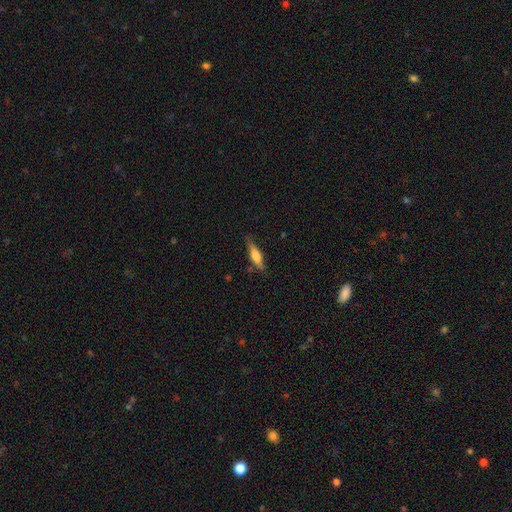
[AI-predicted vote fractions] Smooth or featured: smooth — 53% (featured or disk — 40%)
How rounded: cigar-shaped — 71% (in between — 27%)
Merging: none — 75% (minor disturbance — 19%)